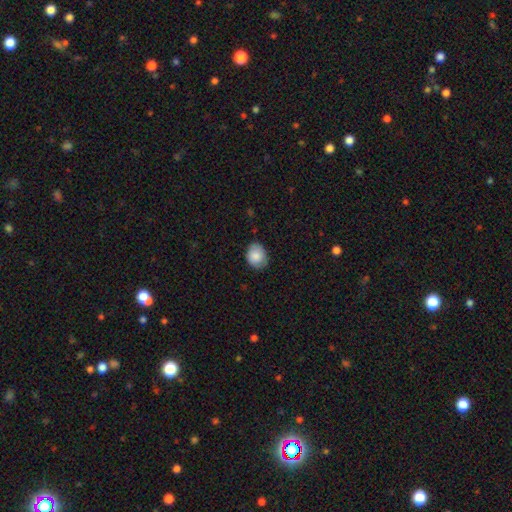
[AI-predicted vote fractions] Q: Smooth or featured?
A: smooth (85%); runner-up: featured or disk (8%)
Q: How rounded?
A: in between (50%); runner-up: round (49%)
Q: Merging?
A: none (75%); runner-up: minor disturbance (21%)